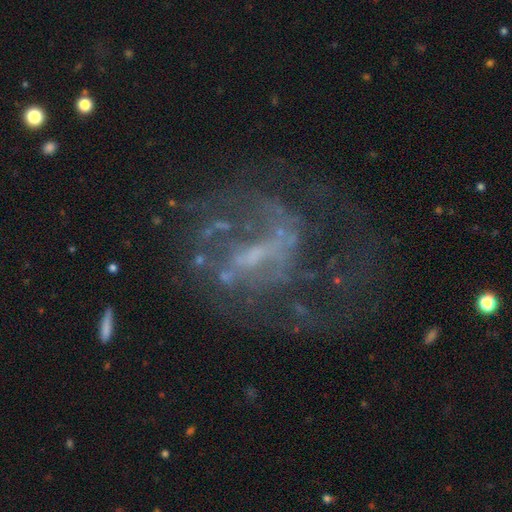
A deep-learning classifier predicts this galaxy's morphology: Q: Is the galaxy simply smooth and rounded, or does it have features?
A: featured or disk — 78%.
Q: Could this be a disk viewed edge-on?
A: no — 97%.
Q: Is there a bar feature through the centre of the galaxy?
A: weak — 46%.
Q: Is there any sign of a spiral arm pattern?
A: yes — 70%.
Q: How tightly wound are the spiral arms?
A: medium — 41%.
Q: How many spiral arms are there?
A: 2 — 34%.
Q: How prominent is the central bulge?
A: small — 46%.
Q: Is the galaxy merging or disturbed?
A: none — 42%.